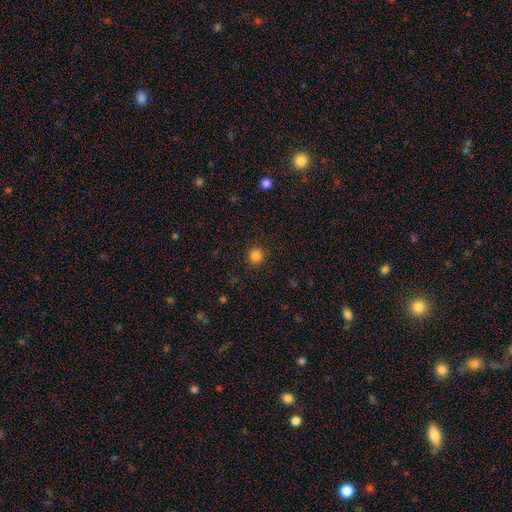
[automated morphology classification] A smooth galaxy with no disk features (84%) that is round (94%). Merging: none (92%).